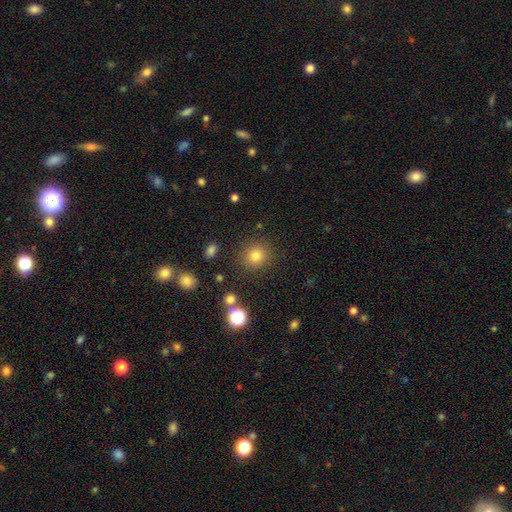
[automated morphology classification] type=smooth (79%); roundness=round (90%); merging=none (88%).